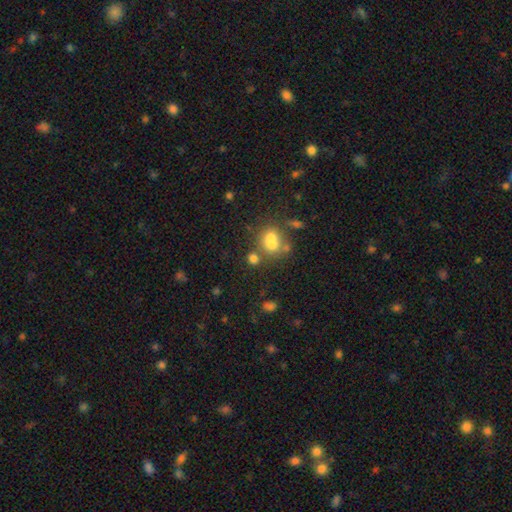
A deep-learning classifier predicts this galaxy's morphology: Smooth or featured? smooth (56%)
How rounded? round (78%)
Merging? none (61%)